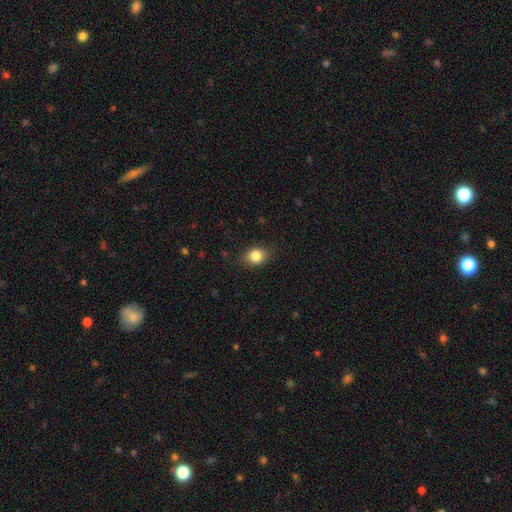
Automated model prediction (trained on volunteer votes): A smooth galaxy with no disk features (83%) that is in between round and cigar-shaped (57%).

Vote fractions:
- Smooth or featured? smooth: 83% / star or artifact: 10% / featured or disk: 7%
- How rounded? in between: 57% / round: 41% / cigar-shaped: 1%
- Merging? none: 83% / minor disturbance: 13% / major disturbance: 3% / merger: 1%